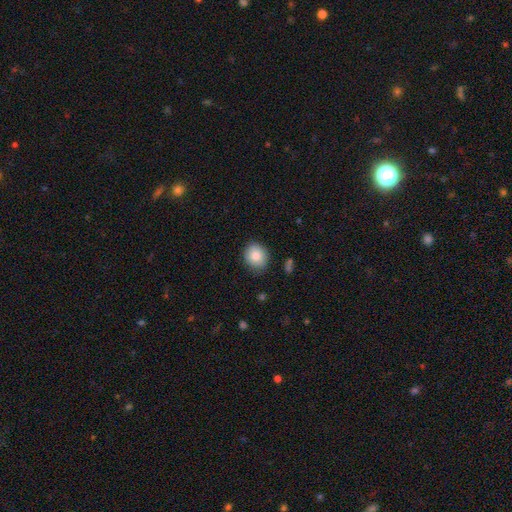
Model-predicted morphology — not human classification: This appears to be a smooth galaxy with no disk features (85%) that is round (71%). Merging: none (82%).